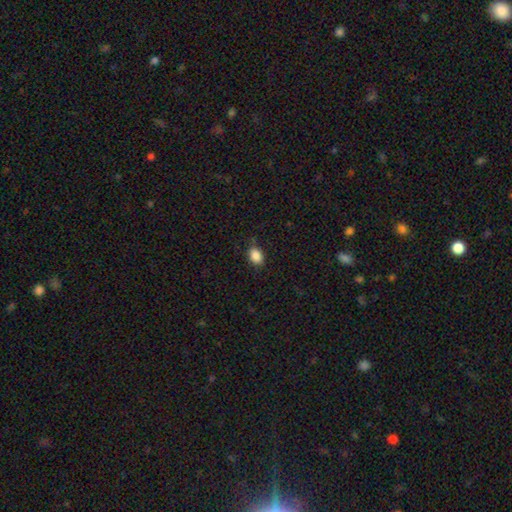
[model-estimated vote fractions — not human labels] Morphology: type=smooth (87%); roundness=in between (74%); merging=none (80%).